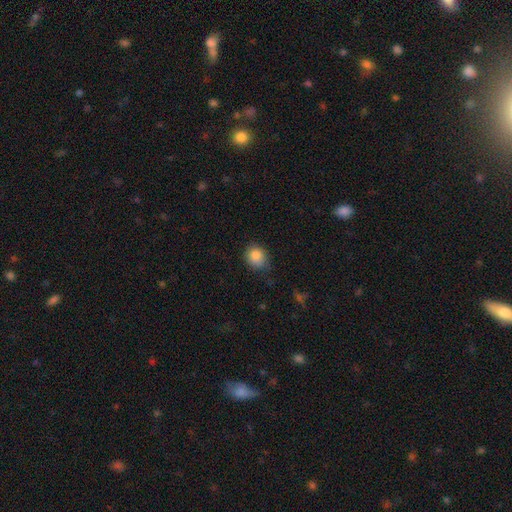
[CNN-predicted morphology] smooth 85%, star or artifact 9%, featured or disk 5%. Down the decision tree: how rounded — round (71%); merging — none (75%).